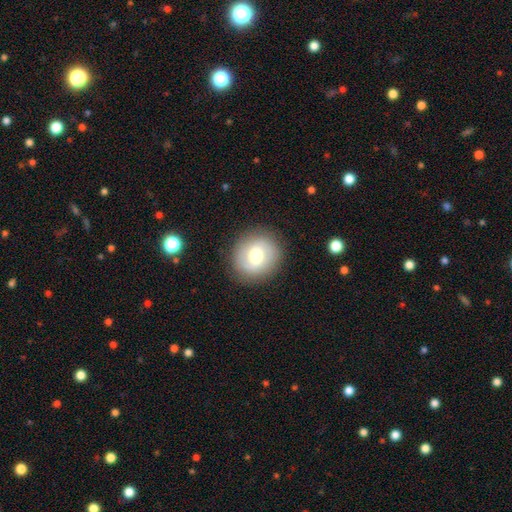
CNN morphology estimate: Overall: smooth (63%; featured or disk 28%). How rounded: round (82%). Merging: none (87%).